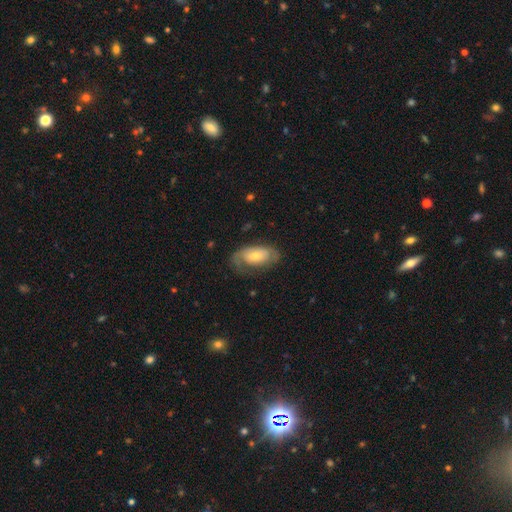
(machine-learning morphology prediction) The model was most divided on "smooth or featured": featured or disk: 50%, smooth: 44%, star or artifact: 6%. More confident: merging — none (54%).